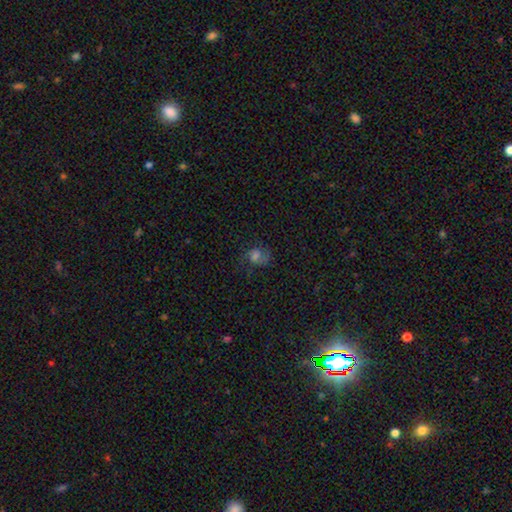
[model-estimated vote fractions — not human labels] Smooth or featured?
  - smooth: 41% *
  - featured or disk: 40%
  - star or artifact: 18%
Merging?
  - none: 58% *
  - minor disturbance: 21%
  - major disturbance: 19%
  - merger: 2%